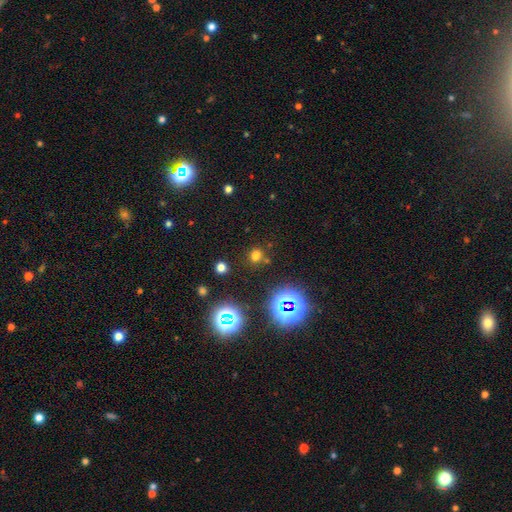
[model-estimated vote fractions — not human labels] A smooth galaxy with no disk features (59%) that is round (70%). Merging: none (78%).